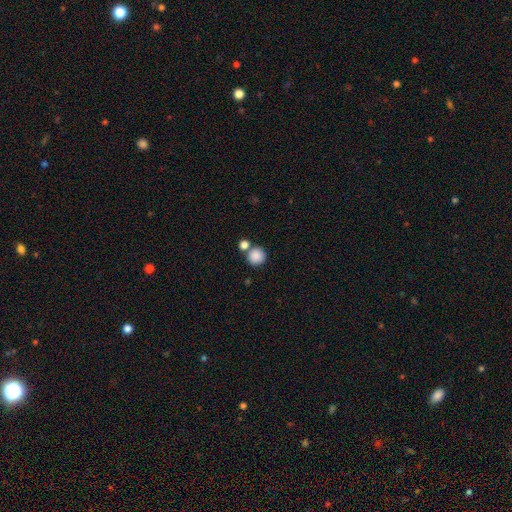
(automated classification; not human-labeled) A smooth galaxy with no disk features (87%) that is round (93%).

Vote fractions:
- Smooth or featured? smooth: 87% / star or artifact: 9% / featured or disk: 4%
- How rounded? round: 93% / in between: 6% / cigar-shaped: 1%
- Merging? none: 67% / merger: 22% / minor disturbance: 8% / major disturbance: 3%